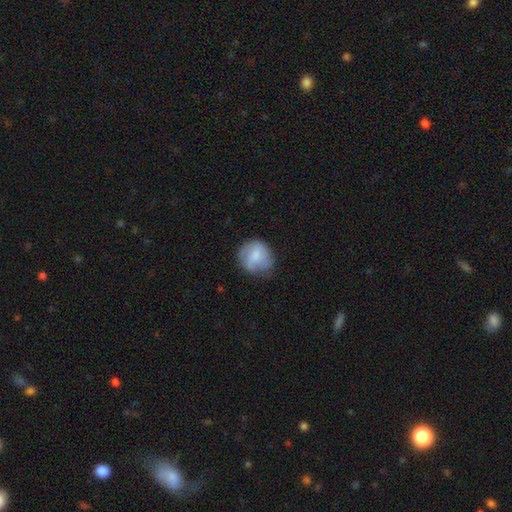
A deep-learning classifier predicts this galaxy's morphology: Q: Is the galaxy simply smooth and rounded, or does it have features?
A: smooth — 70%.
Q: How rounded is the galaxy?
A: round — 82%.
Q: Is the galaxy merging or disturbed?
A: none — 61%.